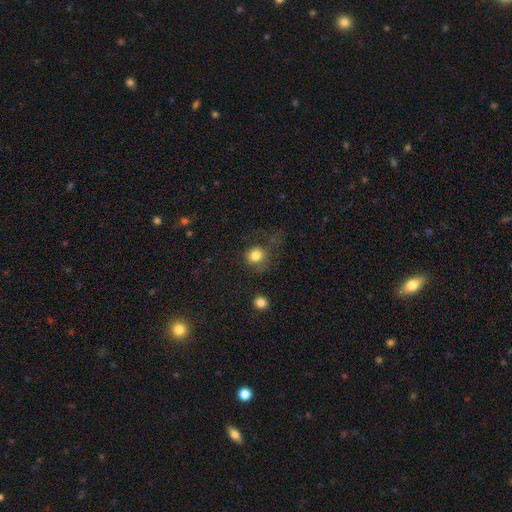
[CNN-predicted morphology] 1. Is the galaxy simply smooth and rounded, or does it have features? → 82% smooth, 10% star or artifact, 7% featured or disk.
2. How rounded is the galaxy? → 78% round, 21% in between, 1% cigar-shaped.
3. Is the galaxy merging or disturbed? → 59% none, 19% minor disturbance, 19% major disturbance, 3% merger.